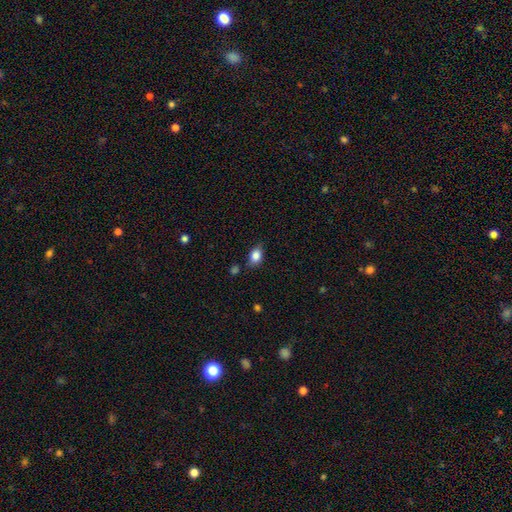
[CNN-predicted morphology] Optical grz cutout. It shows a smooth galaxy with no disk features (84%) that is in between round and cigar-shaped (79%). Merging: none (76%).